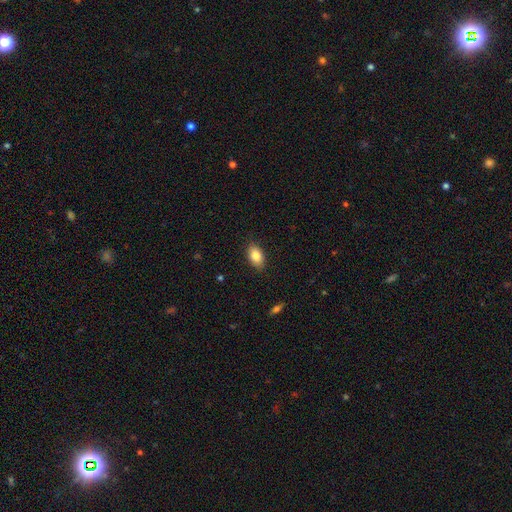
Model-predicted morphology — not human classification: A smooth galaxy with no disk features (84%) that is in between round and cigar-shaped (91%). Merging: none (88%).